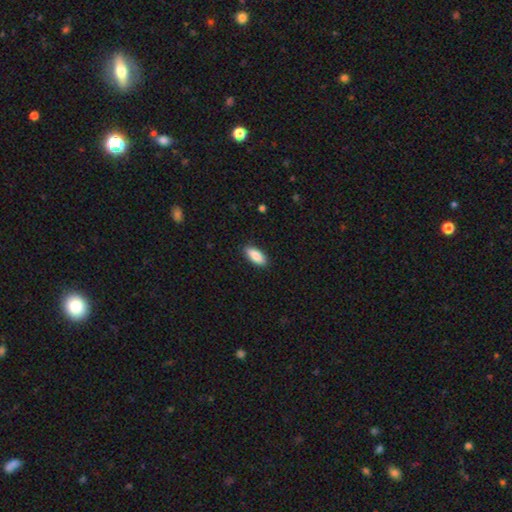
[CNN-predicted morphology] Smooth or featured? Predicted: smooth (p=0.87). How rounded? Predicted: in between (p=0.82). Merging? Predicted: none (p=0.88).